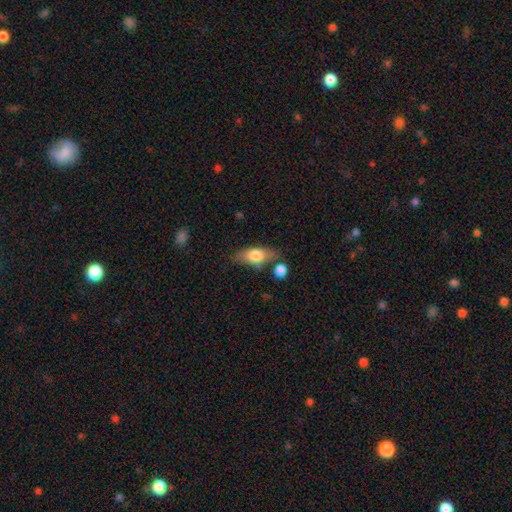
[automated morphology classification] The model was most divided on "merging": none: 66%, minor disturbance: 19%, merger: 10%, major disturbance: 6%. More confident: how rounded — in between (77%); smooth or featured — smooth (71%).